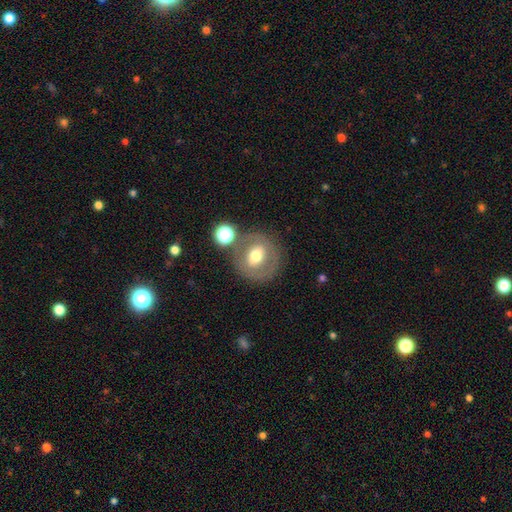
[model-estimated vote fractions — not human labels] smooth_or_featured: smooth (p=0.53) [alt: featured or disk p=0.37]
how_rounded: round (p=0.81) [alt: in between p=0.18]
merging: none (p=0.72) [alt: minor disturbance p=0.12]